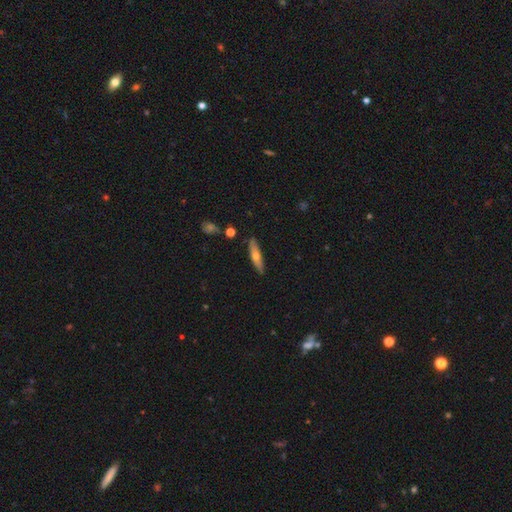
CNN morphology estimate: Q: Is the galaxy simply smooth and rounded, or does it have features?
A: smooth — 50%.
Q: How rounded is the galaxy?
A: cigar-shaped — 80%.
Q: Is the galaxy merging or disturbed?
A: none — 87%.